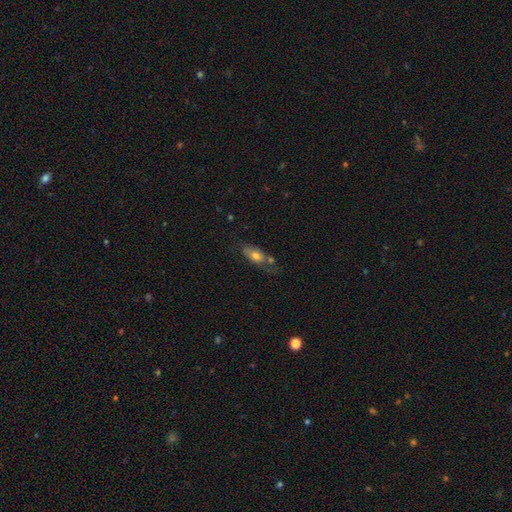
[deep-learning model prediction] smooth-or-featured: smooth: 62% | featured or disk: 30% | star or artifact: 8%
  how-rounded: in between: 80% | cigar-shaped: 13% | round: 6%
  merging: none: 40% | minor disturbance: 25% | merger: 20% | major disturbance: 15%